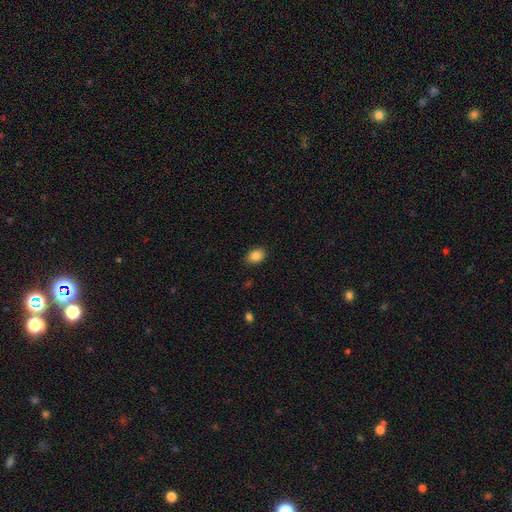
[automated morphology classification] Smooth or featured? Predicted: smooth (p=0.87). How rounded? Predicted: in between (p=0.70). Merging? Predicted: none (p=0.87).